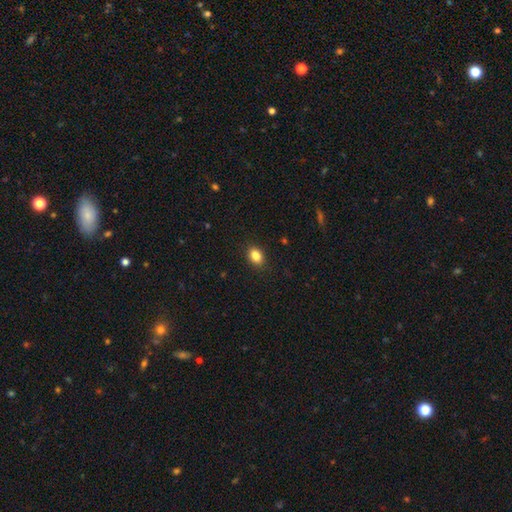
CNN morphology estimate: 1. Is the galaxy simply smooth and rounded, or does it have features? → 86% smooth, 9% star or artifact, 5% featured or disk.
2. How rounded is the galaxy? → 81% in between, 17% round, 2% cigar-shaped.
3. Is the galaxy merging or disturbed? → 88% none, 9% minor disturbance, 2% major disturbance, 1% merger.